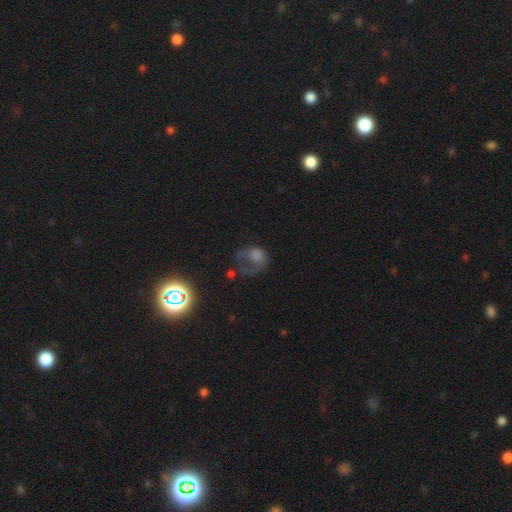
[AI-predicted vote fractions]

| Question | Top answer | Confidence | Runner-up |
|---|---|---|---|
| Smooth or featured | smooth | 44% | featured or disk (33%) |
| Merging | major disturbance | 44% | none (32%) |